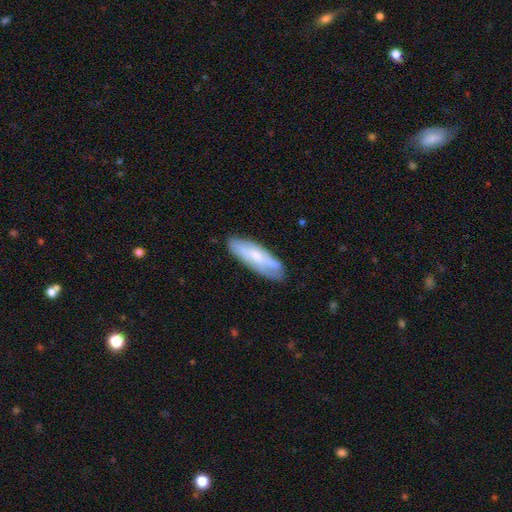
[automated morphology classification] smooth 52%, featured or disk 42%, star or artifact 7%. Down the decision tree: how rounded — cigar-shaped (50%); merging — none (74%).